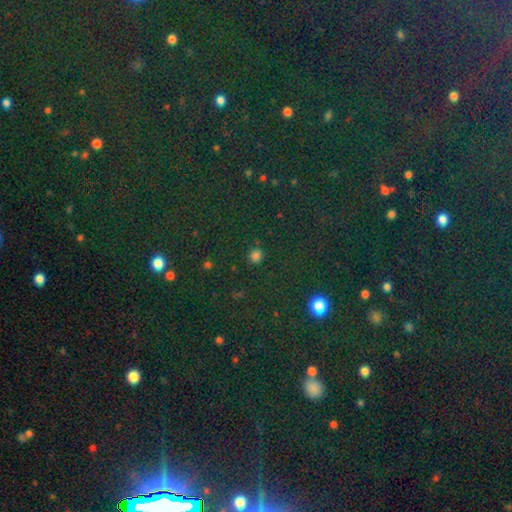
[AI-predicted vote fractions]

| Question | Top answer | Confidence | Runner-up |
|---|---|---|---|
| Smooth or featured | smooth | 76% | star or artifact (20%) |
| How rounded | round | 85% | in between (14%) |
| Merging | none | 87% | minor disturbance (8%) |